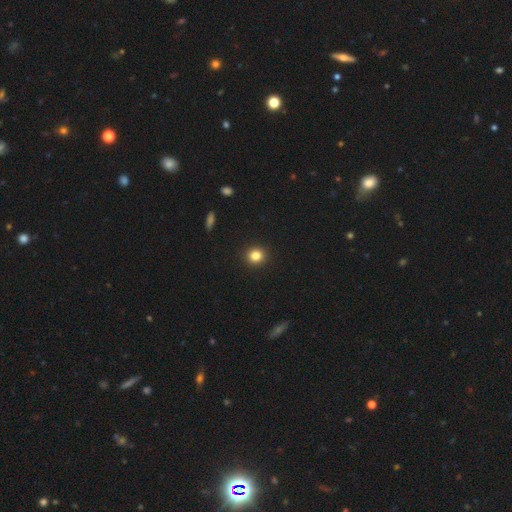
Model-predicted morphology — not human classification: smooth_or_featured: smooth (p=0.83) [alt: star or artifact p=0.12]
how_rounded: round (p=0.89) [alt: in between p=0.10]
merging: none (p=0.93) [alt: minor disturbance p=0.05]